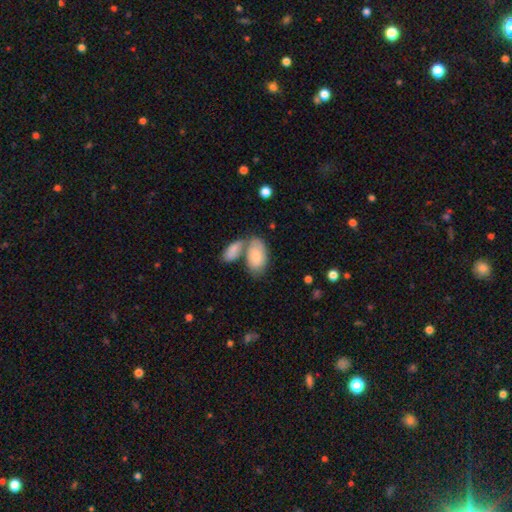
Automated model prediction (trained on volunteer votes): A smooth galaxy with no disk features (74%) that is in between round and cigar-shaped (93%). Merging: merger (45%).